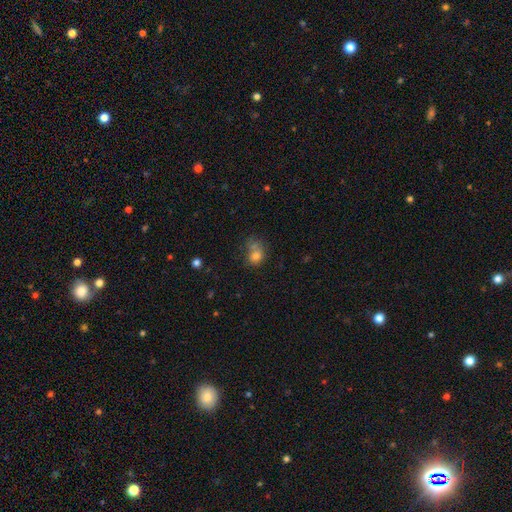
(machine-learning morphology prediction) The model was most divided on "merging": none: 36%, merger: 29%, minor disturbance: 21%, major disturbance: 14%. More confident: smooth or featured — smooth (74%); how rounded — round (54%).